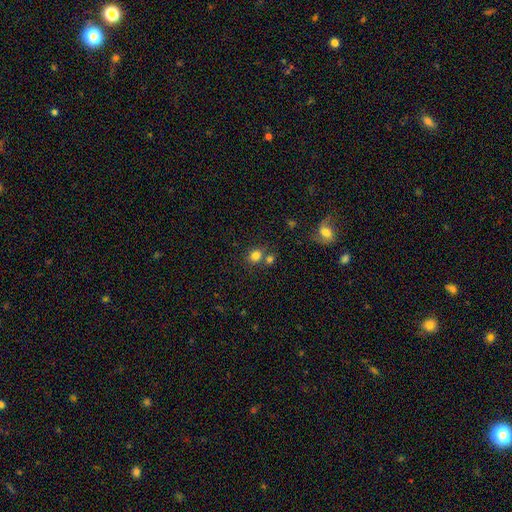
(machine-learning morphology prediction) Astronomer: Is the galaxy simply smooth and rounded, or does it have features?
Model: smooth — 81%.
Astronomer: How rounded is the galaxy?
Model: round — 81%.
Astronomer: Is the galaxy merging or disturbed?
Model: none — 63%.